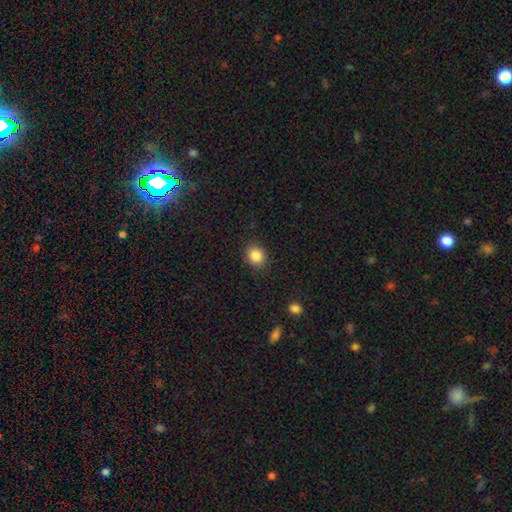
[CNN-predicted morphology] Smooth or featured? smooth (85%)
How rounded? round (71%)
Merging? none (88%)